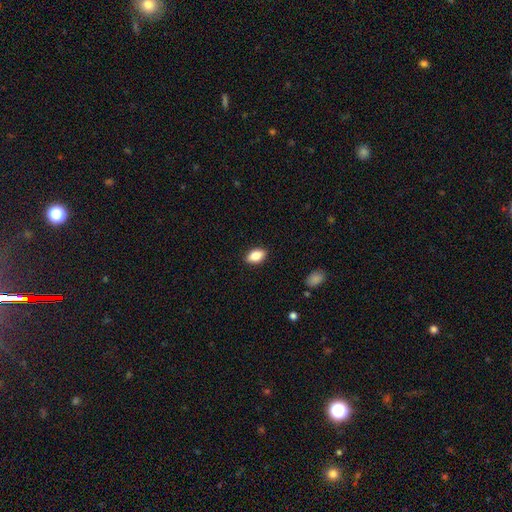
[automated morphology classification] A smooth galaxy with no disk features (85%) that is in between round and cigar-shaped (89%). Merging: none (88%).